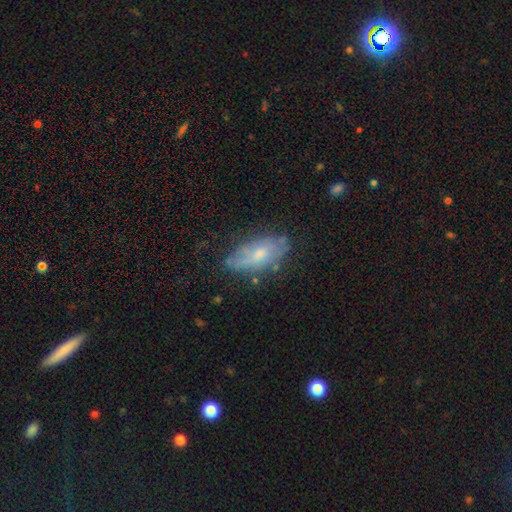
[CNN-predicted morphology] Smooth or featured? Predicted: smooth (p=0.50). Merging? Predicted: none (p=0.63).